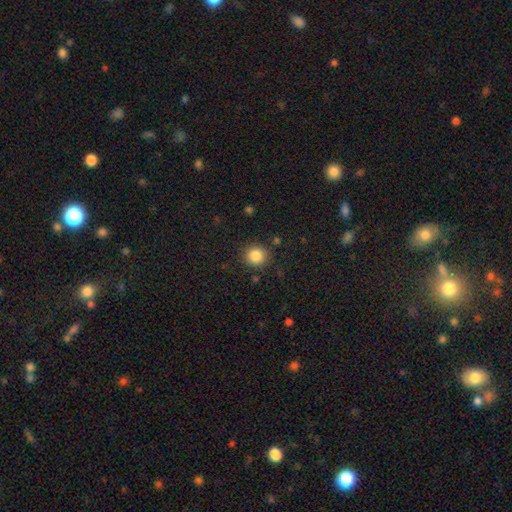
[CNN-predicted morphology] smooth-or-featured: smooth: 85% | star or artifact: 10% | featured or disk: 5%
  how-rounded: round: 91% | in between: 8% | cigar-shaped: 1%
  merging: none: 88% | minor disturbance: 8% | major disturbance: 3% | merger: 2%